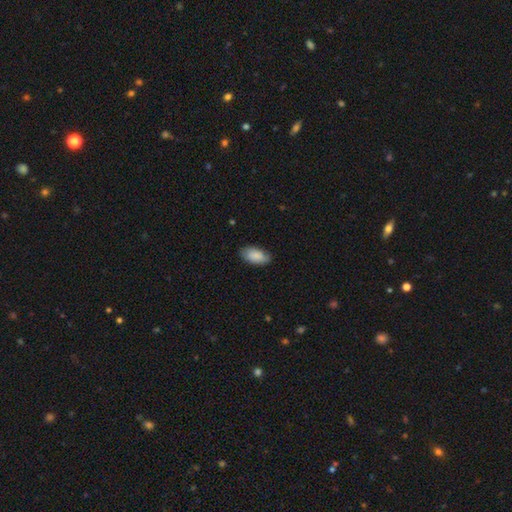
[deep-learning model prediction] Q: Smooth or featured?
A: smooth (85%); runner-up: featured or disk (9%)
Q: How rounded?
A: in between (94%); runner-up: cigar-shaped (4%)
Q: Merging?
A: none (80%); runner-up: minor disturbance (16%)